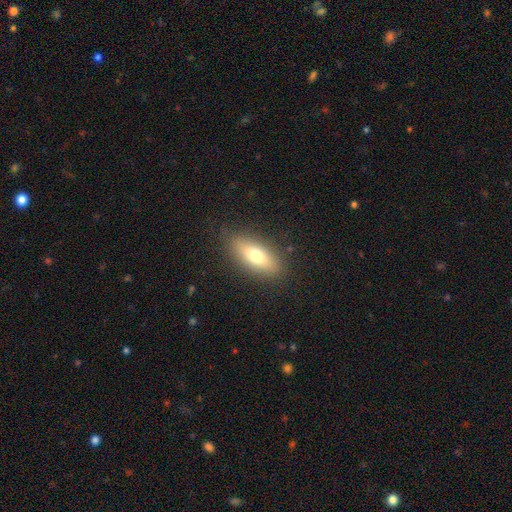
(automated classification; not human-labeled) This appears to be a smooth galaxy with no disk features (70%) that is in between round and cigar-shaped (73%). Merging: none (86%).